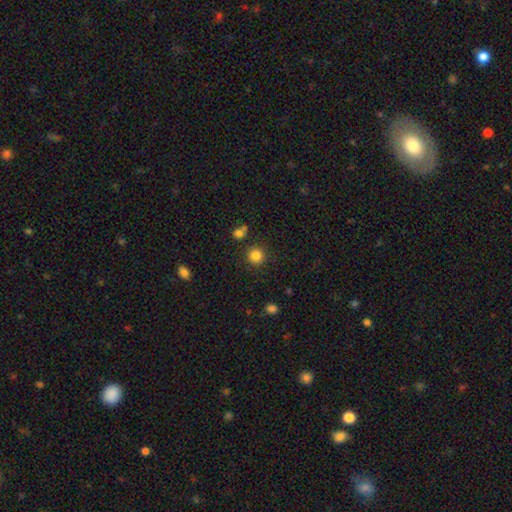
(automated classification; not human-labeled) Overall: smooth (84%). How rounded: round (95%). Merging: none (88%).